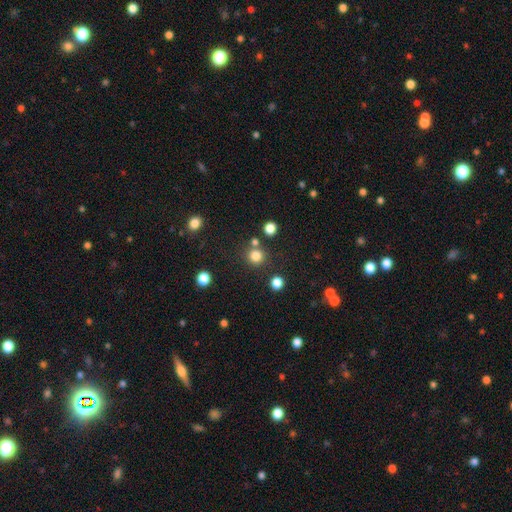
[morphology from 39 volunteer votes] Smooth or featured: smooth — 87% (star or artifact — 10%)
How rounded: round — 97% (in between — 3%)
Merging: none — 74% (merger — 20%)